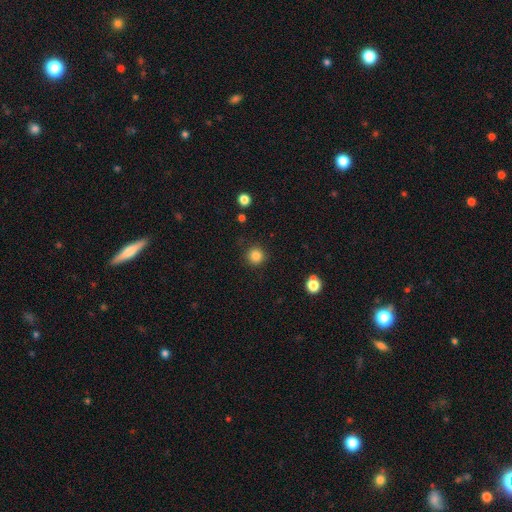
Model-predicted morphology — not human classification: The model was most divided on "smooth or featured": smooth: 84%, star or artifact: 11%, featured or disk: 4%. More confident: how rounded — round (95%); merging — none (90%).